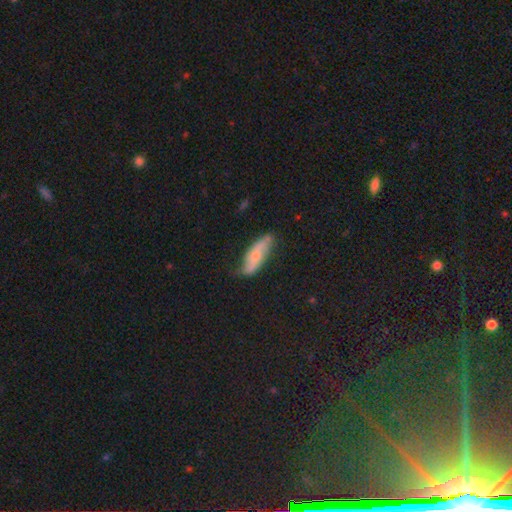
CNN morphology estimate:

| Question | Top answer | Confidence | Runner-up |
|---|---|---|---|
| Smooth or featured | smooth | 47% | featured or disk (46%) |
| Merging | none | 61% | minor disturbance (29%) |